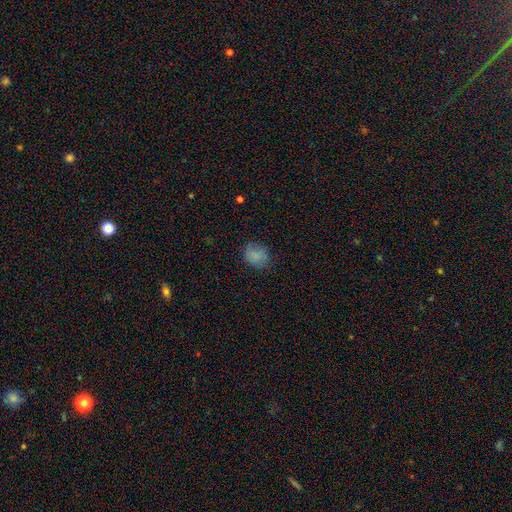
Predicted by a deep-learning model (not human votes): This is clearly a smooth galaxy (82%). How rounded: possibly round (55%). Merging: likely none (75%).